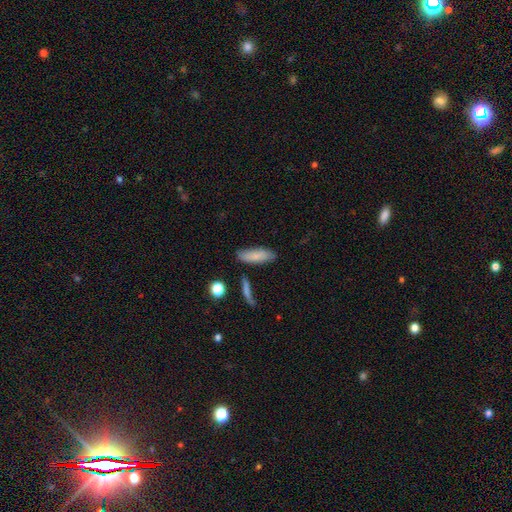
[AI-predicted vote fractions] Overall: smooth (81%). How rounded: in between (56%; cigar-shaped 42%). Merging: none (75%).